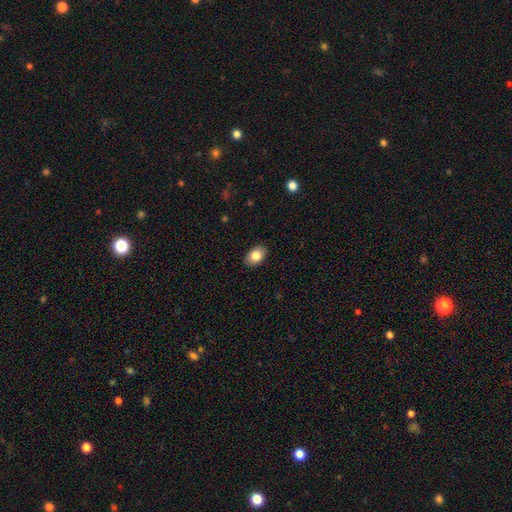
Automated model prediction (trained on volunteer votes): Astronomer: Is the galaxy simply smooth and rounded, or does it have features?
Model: smooth — 83%.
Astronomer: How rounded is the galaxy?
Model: in between — 85%.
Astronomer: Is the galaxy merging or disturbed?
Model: none — 89%.